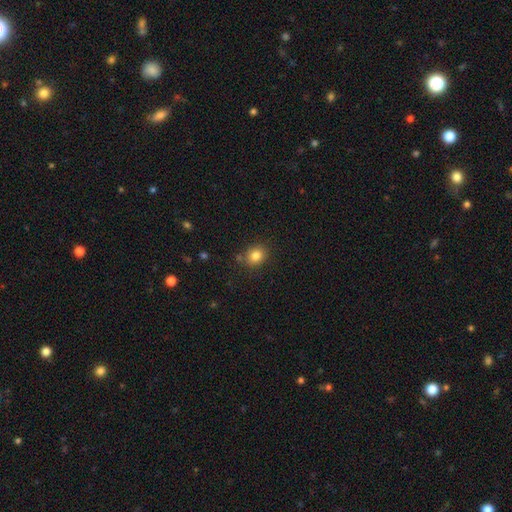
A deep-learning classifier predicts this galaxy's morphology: type=smooth (83%); roundness=round (62%); merging=none (80%).